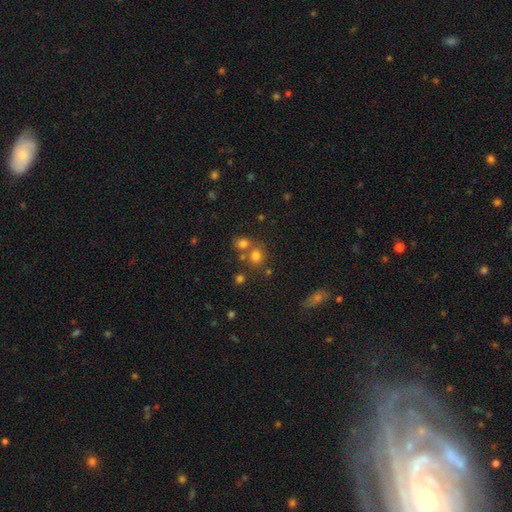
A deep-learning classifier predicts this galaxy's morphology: Q: Smooth or featured?
A: smooth (74%); runner-up: star or artifact (17%)
Q: How rounded?
A: round (84%); runner-up: in between (15%)
Q: Merging?
A: none (59%); runner-up: merger (30%)